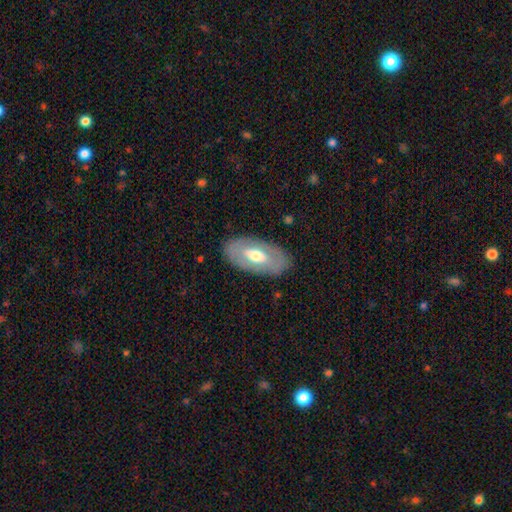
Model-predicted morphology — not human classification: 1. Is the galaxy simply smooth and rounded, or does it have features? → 50% featured or disk, 44% smooth, 6% star or artifact.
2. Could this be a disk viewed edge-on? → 85% no, 15% yes.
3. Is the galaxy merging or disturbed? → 84% none, 11% minor disturbance, 4% major disturbance, 1% merger.